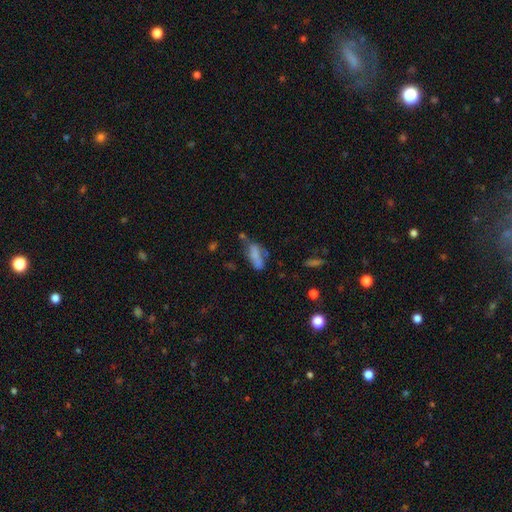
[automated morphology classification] Overall: smooth (65%). How rounded: in between (76%). Merging: none (33%; minor disturbance 28%).